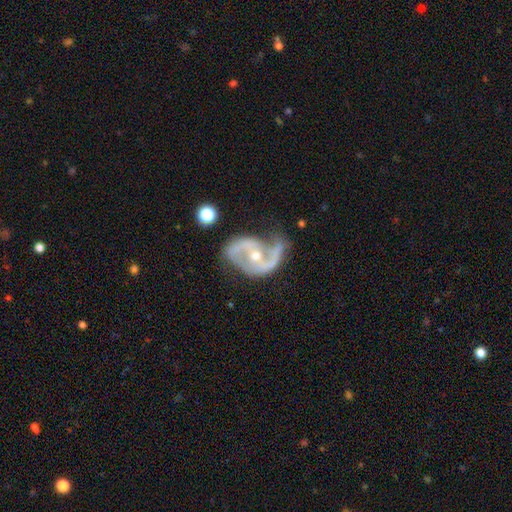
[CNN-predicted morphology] Q: Smooth or featured?
A: featured or disk (89%); runner-up: smooth (6%)
Q: Edge-on disk?
A: no (97%); runner-up: yes (3%)
Q: Bar?
A: no (43%); runner-up: weak (34%)
Q: Spiral arms?
A: yes (94%); runner-up: no (6%)
Q: Spiral winding?
A: medium (47%); runner-up: loose (36%)
Q: Spiral arm count?
A: 2 (86%); runner-up: 1 (6%)
Q: Bulge size?
A: moderate (57%); runner-up: small (40%)
Q: Merging?
A: none (49%); runner-up: minor disturbance (27%)